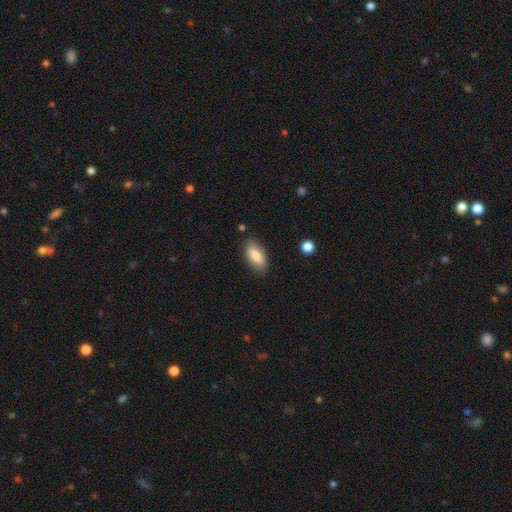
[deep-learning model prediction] smooth-or-featured: smooth: 83% | featured or disk: 11% | star or artifact: 7%
  how-rounded: in between: 87% | cigar-shaped: 11% | round: 3%
  merging: none: 85% | minor disturbance: 11% | major disturbance: 3% | merger: 2%